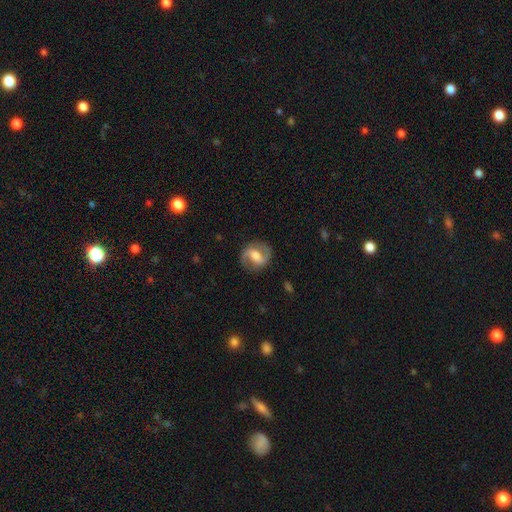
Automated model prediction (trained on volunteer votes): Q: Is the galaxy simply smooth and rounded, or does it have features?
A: featured or disk — 79%.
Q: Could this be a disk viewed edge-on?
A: no — 97%.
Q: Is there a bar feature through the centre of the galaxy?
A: weak — 43%.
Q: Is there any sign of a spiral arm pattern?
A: yes — 91%.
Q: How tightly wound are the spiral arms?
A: medium — 51%.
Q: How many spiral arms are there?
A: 2 — 91%.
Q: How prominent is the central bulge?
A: moderate — 64%.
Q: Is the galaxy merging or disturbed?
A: none — 84%.